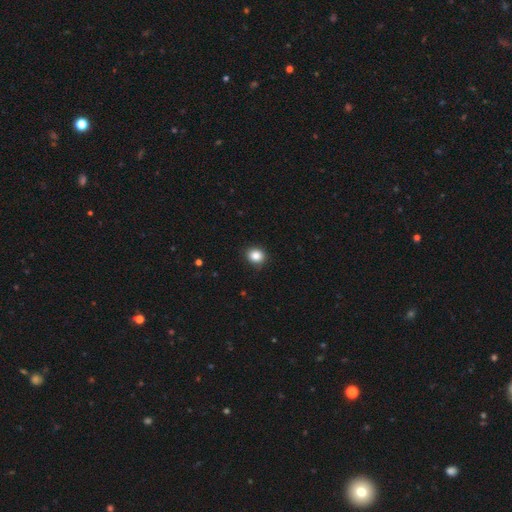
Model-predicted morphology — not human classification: smooth-or-featured: smooth: 86% | star or artifact: 10% | featured or disk: 4%
  how-rounded: round: 76% | in between: 23% | cigar-shaped: 1%
  merging: none: 88% | minor disturbance: 9% | major disturbance: 2% | merger: 1%